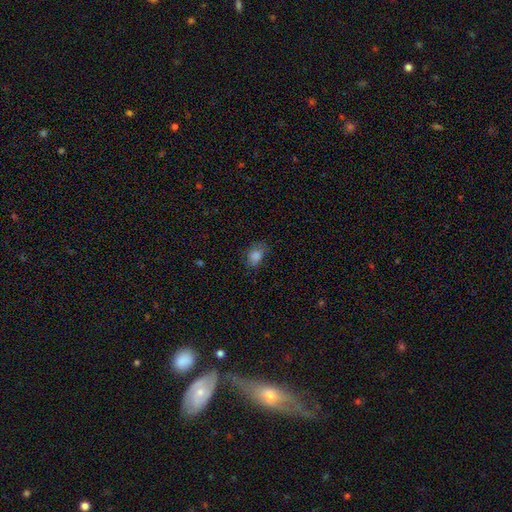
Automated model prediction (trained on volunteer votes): Overall: smooth (81%). How rounded: in between (69%; round 29%). Merging: none (70%).